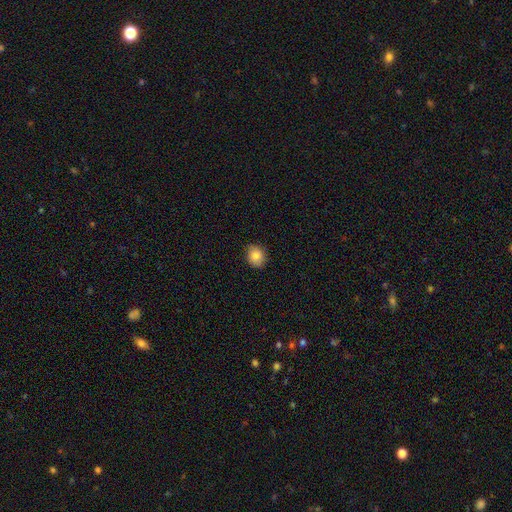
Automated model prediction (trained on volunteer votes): The model was most divided on "how rounded": round: 64%, in between: 35%, cigar-shaped: 1%. More confident: smooth or featured — smooth (83%); merging — none (80%).